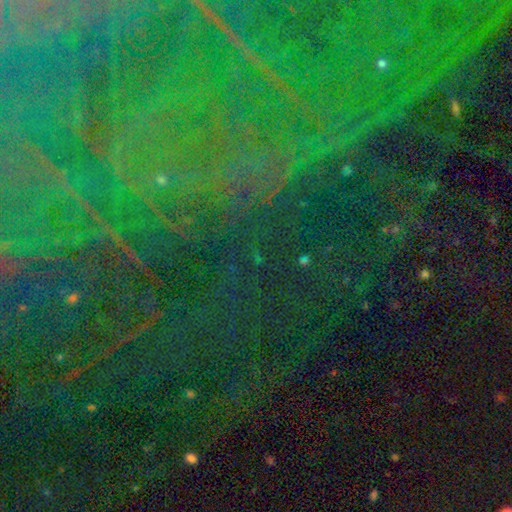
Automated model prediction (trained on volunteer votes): The model was most divided on "smooth or featured": star or artifact: 82%, featured or disk: 10%, smooth: 8%.